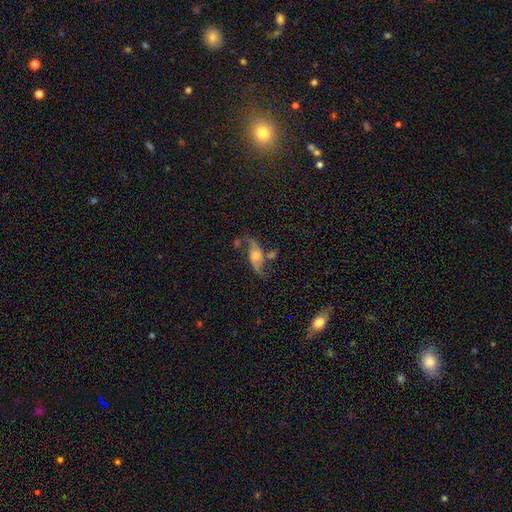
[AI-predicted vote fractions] smooth_or_featured: featured or disk (p=0.78) [alt: smooth p=0.13]
disk_edge_on: no (p=0.90) [alt: yes p=0.10]
bar: no (p=0.61) [alt: weak p=0.30]
has_spiral_arms: yes (p=0.93) [alt: no p=0.07]
spiral_winding: loose (p=0.76) [alt: medium p=0.19]
spiral_arm_count: 2 (p=0.90) [alt: 1 p=0.04]
bulge_size: moderate (p=0.47) [alt: small p=0.29]
merging: none (p=0.54) [alt: minor disturbance p=0.19]